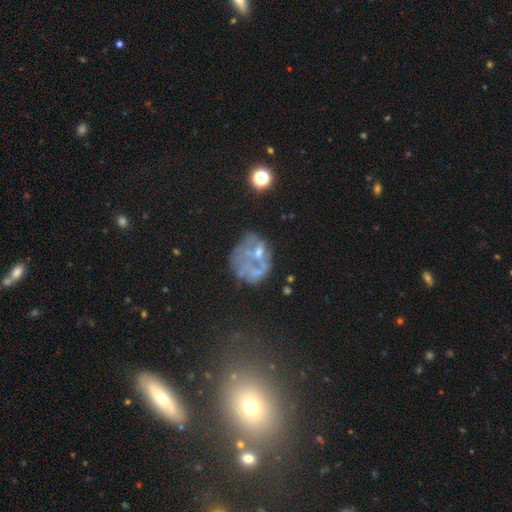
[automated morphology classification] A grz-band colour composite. It shows a featured or disk galaxy (60%) with no bar (88%), no spiral arms (85%) and no central bulge (50%). Merging: none (39%).